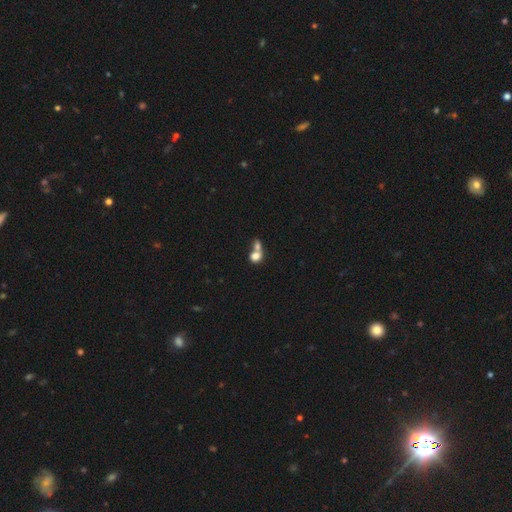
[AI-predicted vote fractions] A smooth galaxy with no disk features (76%) that is round (59%).

Vote fractions:
- Smooth or featured? smooth: 76% / featured or disk: 14% / star or artifact: 10%
- How rounded? round: 59% / in between: 39% / cigar-shaped: 2%
- Merging? merger: 65% / none: 25% / minor disturbance: 6% / major disturbance: 4%